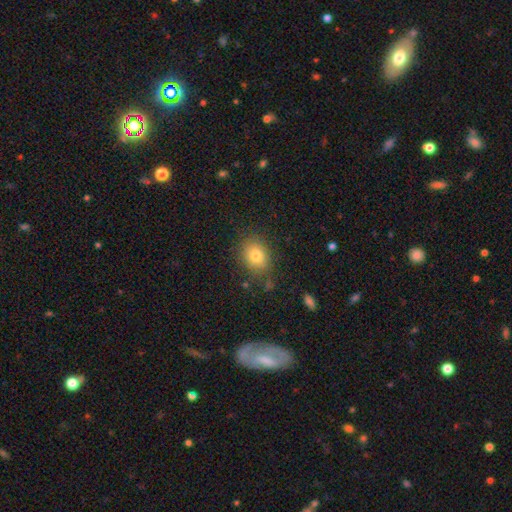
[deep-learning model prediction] smooth-or-featured: smooth: 79% | star or artifact: 11% | featured or disk: 10%
  how-rounded: in between: 52% | round: 47% | cigar-shaped: 1%
  merging: none: 80% | minor disturbance: 13% | major disturbance: 4% | merger: 2%